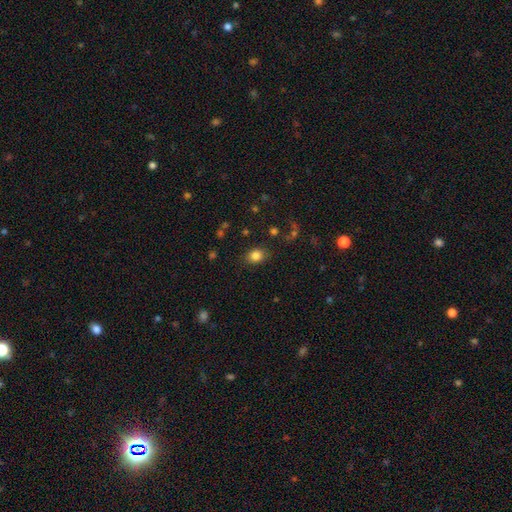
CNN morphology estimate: smooth 83%, star or artifact 11%, featured or disk 6%. Down the decision tree: how rounded — in between (56%); merging — none (83%).